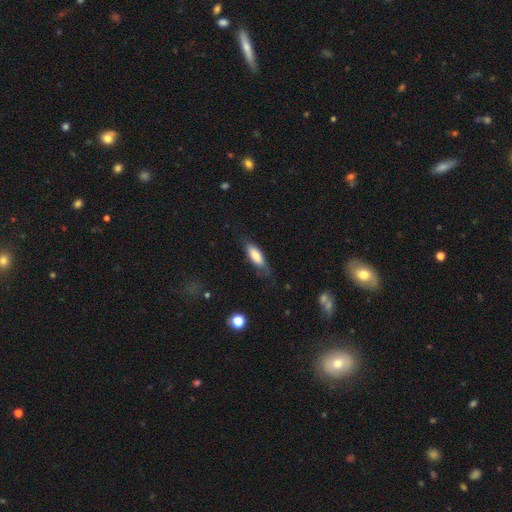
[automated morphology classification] Smooth or featured? Predicted: smooth (p=0.74). How rounded? Predicted: in between (p=0.61). Merging? Predicted: none (p=0.64).